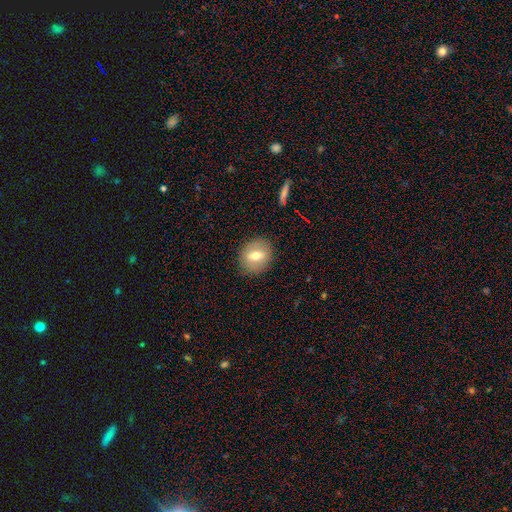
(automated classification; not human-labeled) This appears to be a smooth galaxy with no disk features (57%) that is round (62%). Merging: none (86%).